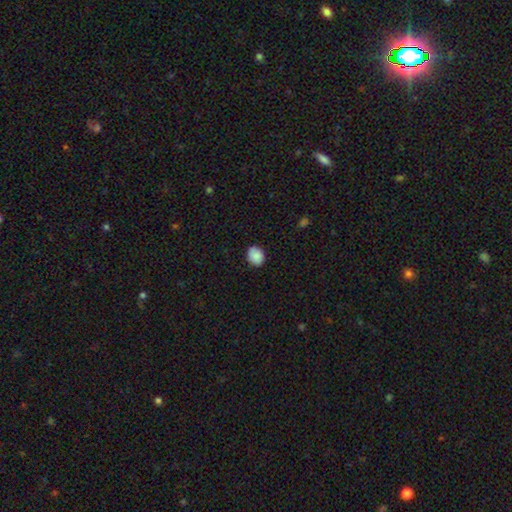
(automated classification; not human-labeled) This is clearly a smooth galaxy (87%). How rounded: possibly round (50%). Merging: clearly none (83%).